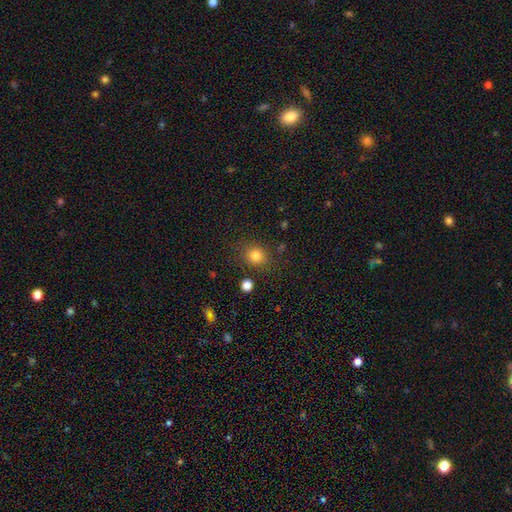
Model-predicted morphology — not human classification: A smooth galaxy with no disk features (81%) that is round (76%). Merging: none (82%).